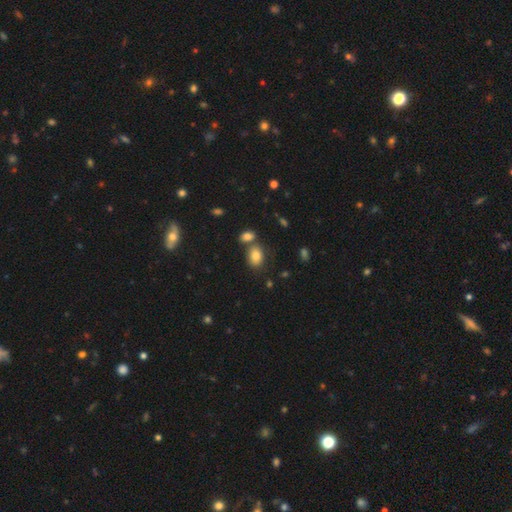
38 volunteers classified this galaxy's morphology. Smooth or featured? 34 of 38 (89%) said smooth. How rounded? 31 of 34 (91%) said in between. Merging? 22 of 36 (61%) said none.